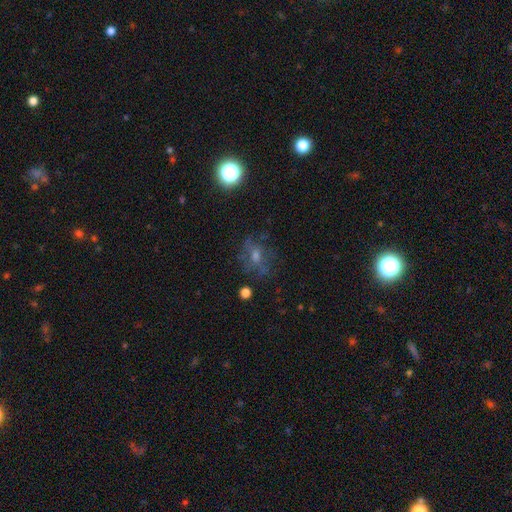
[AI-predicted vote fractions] Morphology: type=featured or disk (37%); merging=none (65%).